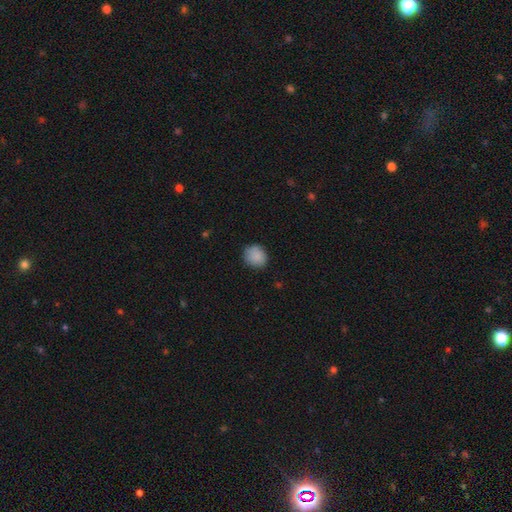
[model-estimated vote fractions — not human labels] smooth_or_featured: smooth (p=0.87) [alt: star or artifact p=0.08]
how_rounded: round (p=0.82) [alt: in between p=0.17]
merging: none (p=0.82) [alt: minor disturbance p=0.14]